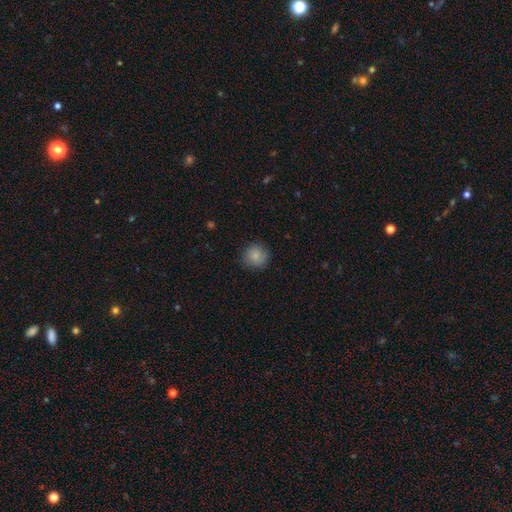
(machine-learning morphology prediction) The model was most divided on "merging": none: 85%, minor disturbance: 11%, major disturbance: 3%, merger: 1%. More confident: how rounded — round (92%); smooth or featured — smooth (84%).